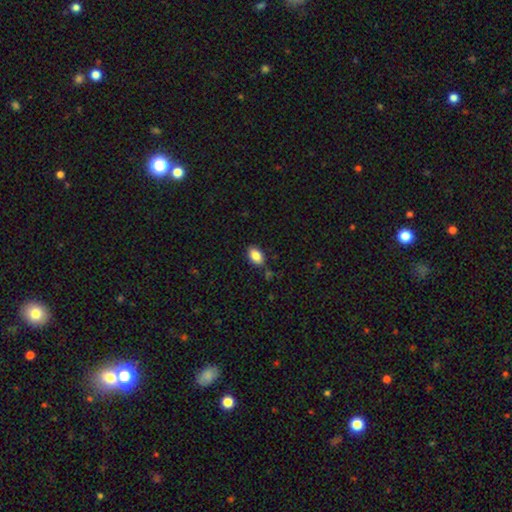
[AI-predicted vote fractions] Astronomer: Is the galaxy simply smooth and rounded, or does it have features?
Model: smooth — 88%.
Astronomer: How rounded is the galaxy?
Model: in between — 90%.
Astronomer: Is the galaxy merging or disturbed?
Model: none — 83%.